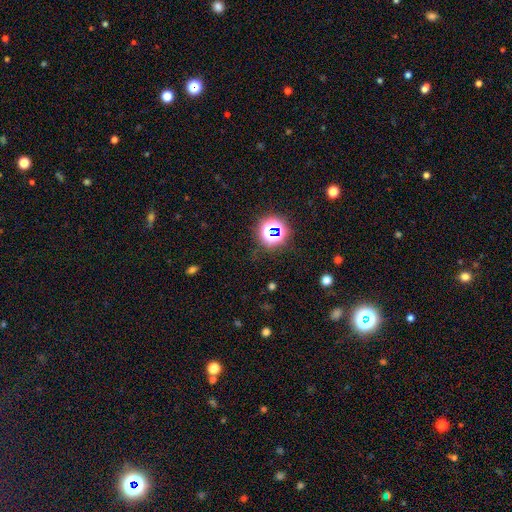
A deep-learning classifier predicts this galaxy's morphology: smooth_or_featured: star or artifact (p=0.73) [alt: smooth p=0.19]